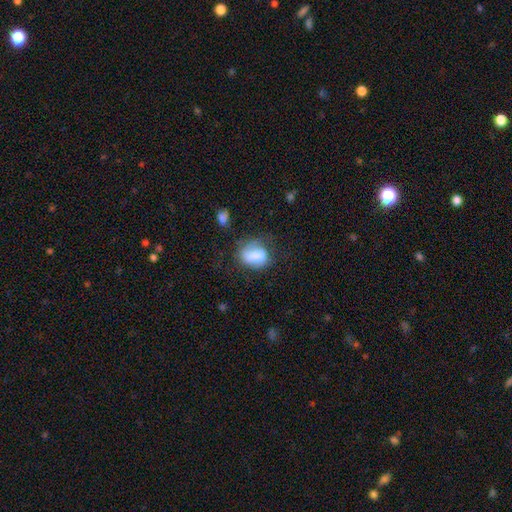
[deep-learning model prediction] Smooth or featured? smooth (68%)
How rounded? in between (74%)
Merging? none (43%)